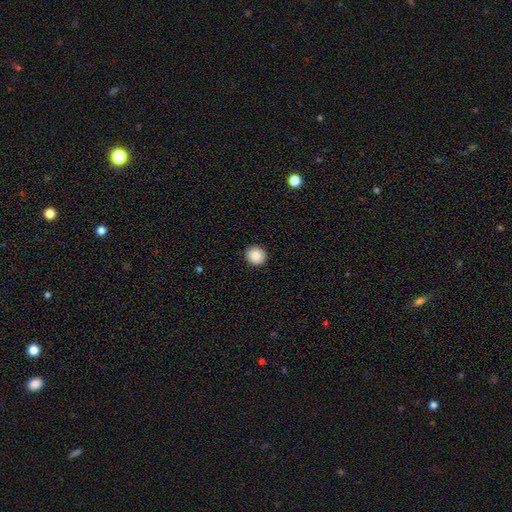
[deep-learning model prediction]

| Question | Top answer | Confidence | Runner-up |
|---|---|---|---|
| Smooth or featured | smooth | 89% | star or artifact (8%) |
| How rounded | round | 88% | in between (11%) |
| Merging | none | 92% | minor disturbance (5%) |